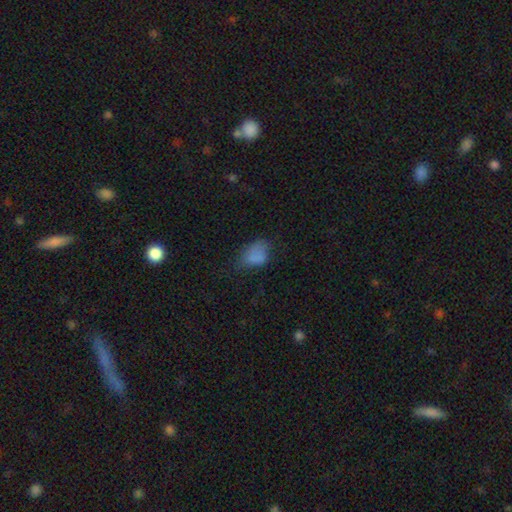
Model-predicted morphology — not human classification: smooth_or_featured: smooth (p=0.74) [alt: star or artifact p=0.14]
how_rounded: in between (p=0.84) [alt: round p=0.14]
merging: none (p=0.41) [alt: minor disturbance p=0.33]